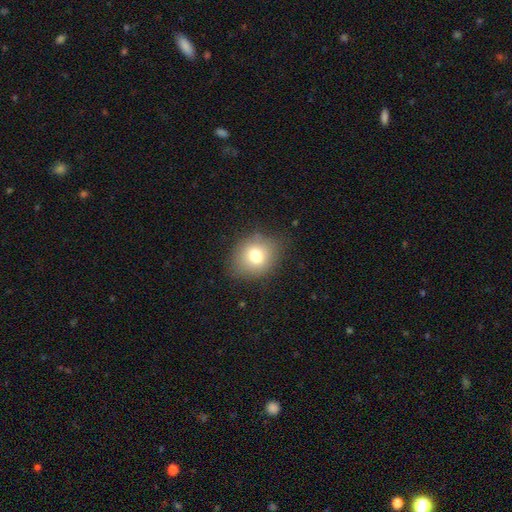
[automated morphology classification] Smooth or featured?
  - smooth: 74% *
  - featured or disk: 13%
  - star or artifact: 12%
How rounded?
  - round: 72% *
  - in between: 27%
  - cigar-shaped: 1%
Merging?
  - none: 81% *
  - minor disturbance: 14%
  - major disturbance: 4%
  - merger: 1%